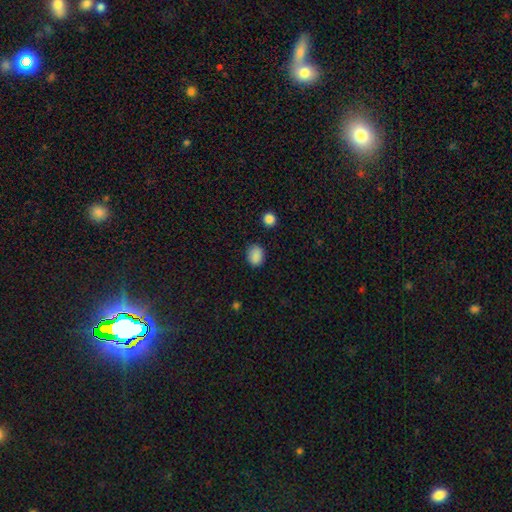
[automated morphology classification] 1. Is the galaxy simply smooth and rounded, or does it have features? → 87% smooth, 10% star or artifact, 3% featured or disk.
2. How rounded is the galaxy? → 57% in between, 42% round, 1% cigar-shaped.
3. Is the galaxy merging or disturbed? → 82% none, 13% minor disturbance, 3% major disturbance, 2% merger.